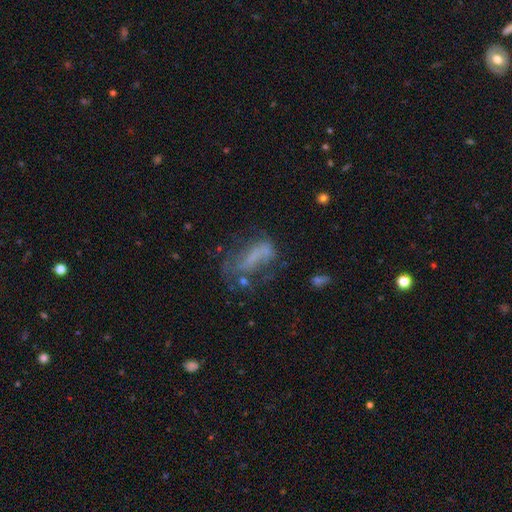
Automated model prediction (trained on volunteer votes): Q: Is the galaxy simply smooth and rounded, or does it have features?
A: featured or disk — 44%.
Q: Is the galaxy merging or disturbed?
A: major disturbance — 36%.